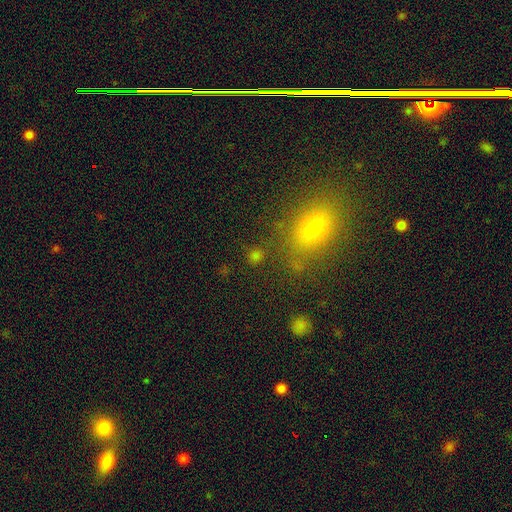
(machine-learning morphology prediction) Smooth or featured?
  - smooth: 66% *
  - star or artifact: 27%
  - featured or disk: 8%
How rounded?
  - round: 79% *
  - in between: 19%
  - cigar-shaped: 2%
Merging?
  - none: 79% *
  - minor disturbance: 9%
  - merger: 7%
  - major disturbance: 5%